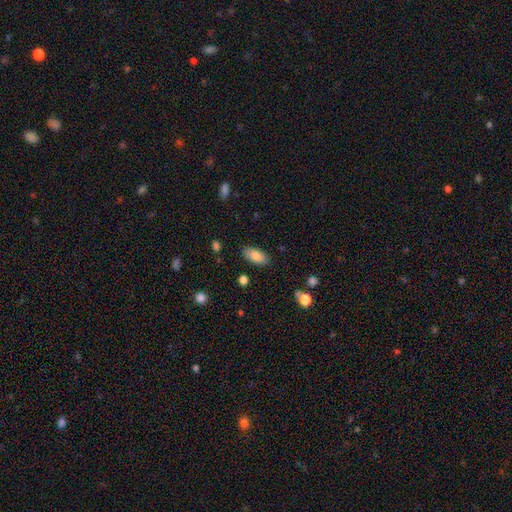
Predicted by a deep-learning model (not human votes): Q: Smooth or featured?
A: smooth (83%); runner-up: featured or disk (10%)
Q: How rounded?
A: in between (90%); runner-up: cigar-shaped (8%)
Q: Merging?
A: none (86%); runner-up: minor disturbance (10%)